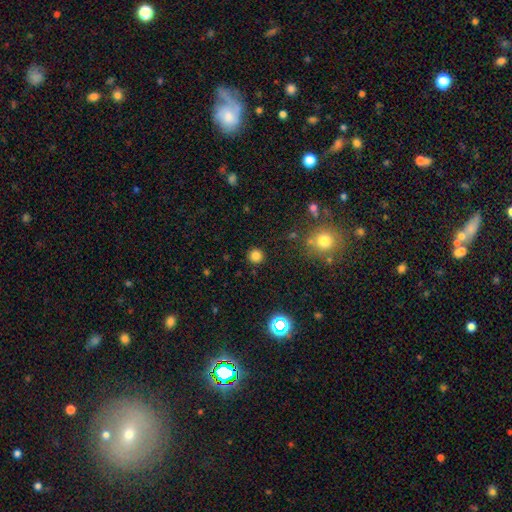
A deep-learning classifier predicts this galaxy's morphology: Smooth or featured?
  - smooth: 80% *
  - star or artifact: 16%
  - featured or disk: 4%
How rounded?
  - round: 95% *
  - in between: 4%
  - cigar-shaped: 1%
Merging?
  - none: 90% *
  - minor disturbance: 6%
  - major disturbance: 2%
  - merger: 2%